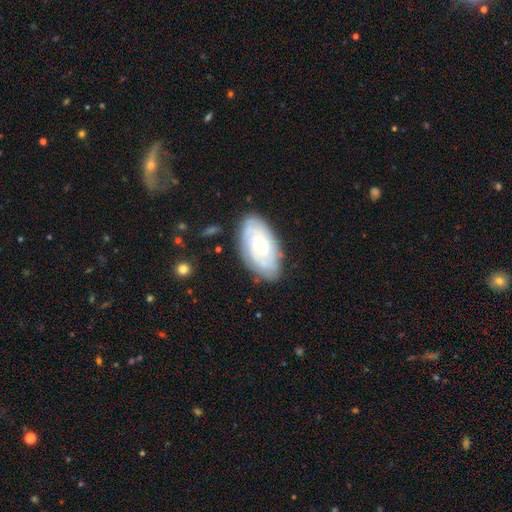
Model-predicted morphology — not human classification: smooth-or-featured: featured or disk: 68% | smooth: 26% | star or artifact: 6%
  disk-edge-on: no: 93% | yes: 7%
    bar: no: 78% | weak: 18% | strong: 3%
    has-spiral-arms: yes: 83% | no: 17%
      spiral-winding: tight: 72% | medium: 21% | loose: 7%
      spiral-arm-count: can't tell: 56% | 2: 14% | 3: 12% | 4: 8% | more than 4: 5% | 1: 4%
    bulge-size: moderate: 63% | small: 30% | large: 5% | none: 1% | dominant: 1%
  merging: none: 78% | minor disturbance: 16% | major disturbance: 4% | merger: 2%